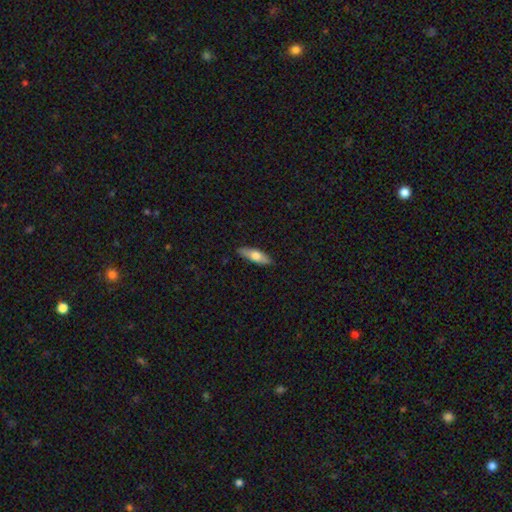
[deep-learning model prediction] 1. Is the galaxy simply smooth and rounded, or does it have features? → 65% smooth, 29% featured or disk, 6% star or artifact.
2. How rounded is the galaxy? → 53% in between, 44% cigar-shaped, 2% round.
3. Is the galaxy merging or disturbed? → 86% none, 11% minor disturbance, 2% major disturbance, 1% merger.